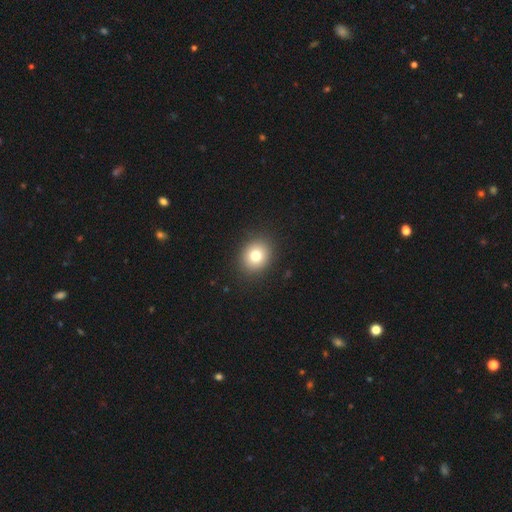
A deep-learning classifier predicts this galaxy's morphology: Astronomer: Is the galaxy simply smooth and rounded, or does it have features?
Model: smooth — 78%.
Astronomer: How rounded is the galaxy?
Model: round — 70%.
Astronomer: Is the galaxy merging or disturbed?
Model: none — 90%.